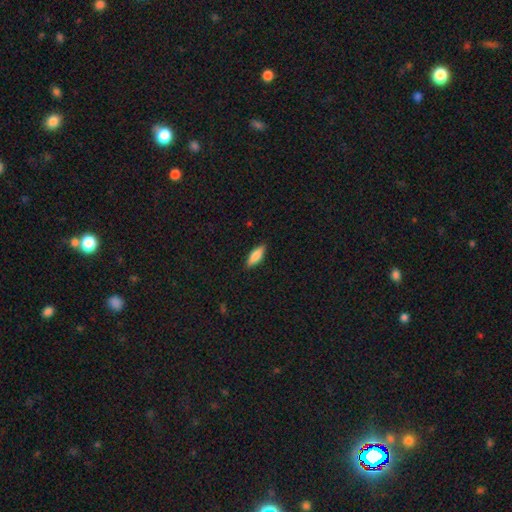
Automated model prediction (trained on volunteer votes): Smooth or featured?
  - smooth: 80% *
  - featured or disk: 14%
  - star or artifact: 6%
How rounded?
  - in between: 61% *
  - cigar-shaped: 37%
  - round: 2%
Merging?
  - none: 87% *
  - minor disturbance: 10%
  - major disturbance: 2%
  - merger: 1%